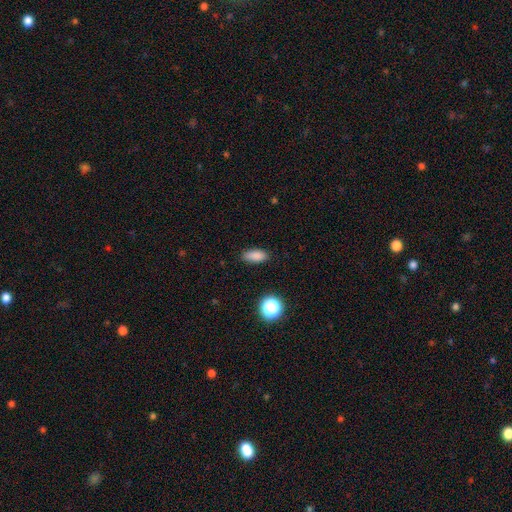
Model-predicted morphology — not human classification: smooth-or-featured: smooth: 85% | star or artifact: 11% | featured or disk: 5%
  how-rounded: in between: 82% | cigar-shaped: 13% | round: 5%
  merging: none: 85% | minor disturbance: 11% | major disturbance: 3% | merger: 1%